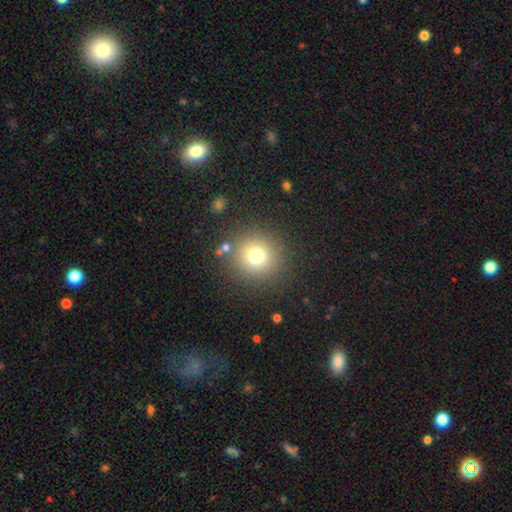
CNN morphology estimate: The model was most divided on "smooth or featured": smooth: 74%, star or artifact: 16%, featured or disk: 10%. More confident: how rounded — round (93%); merging — none (85%).